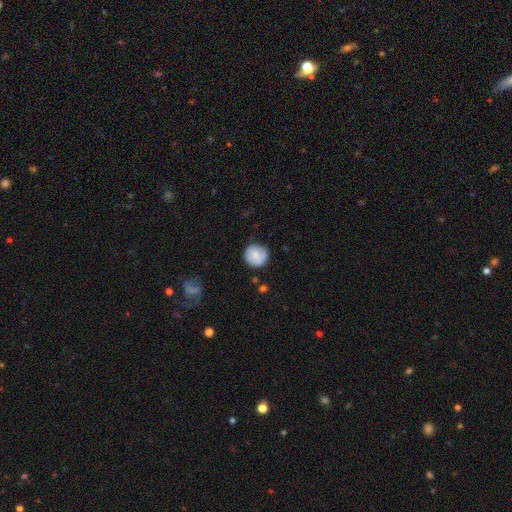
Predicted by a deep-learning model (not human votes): smooth 73%, featured or disk 20%, star or artifact 7%. Down the decision tree: how rounded — round (90%); merging — none (74%).